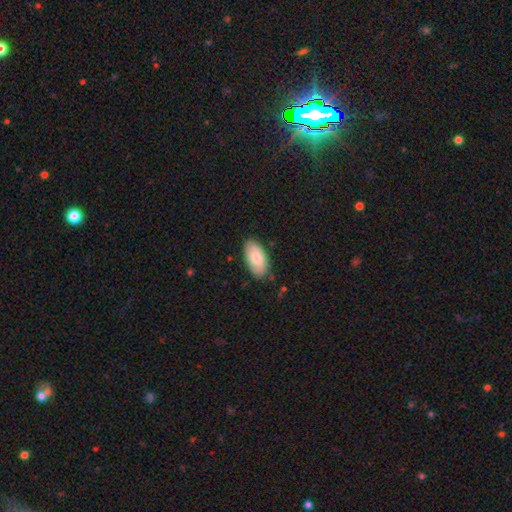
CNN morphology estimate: Smooth or featured? Predicted: smooth (p=0.75). How rounded? Predicted: in between (p=0.95). Merging? Predicted: none (p=0.81).